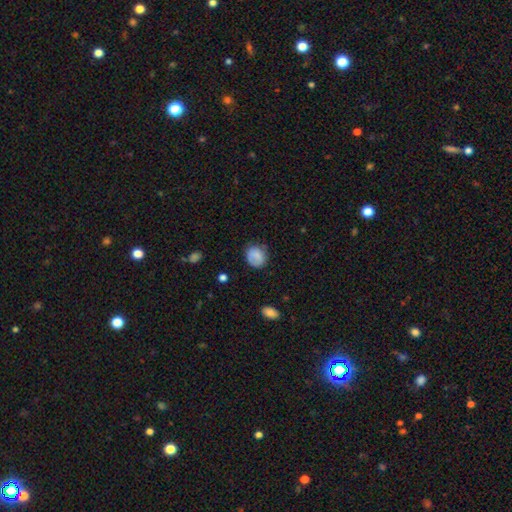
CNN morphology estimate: Smooth or featured? smooth (79%)
How rounded? round (70%)
Merging? none (73%)